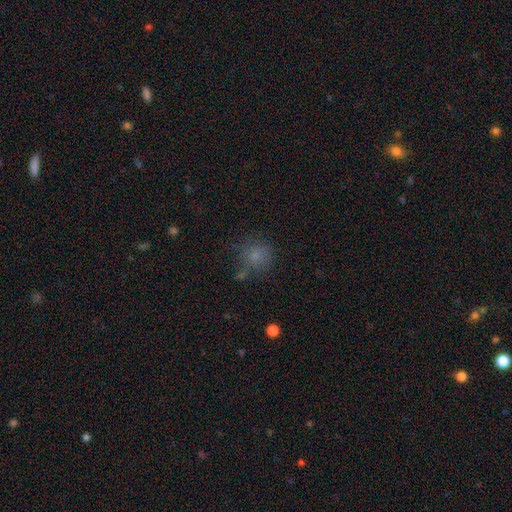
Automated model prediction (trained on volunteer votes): This is likely a smooth galaxy (74%). How rounded: clearly round (84%). Merging: likely none (62%).